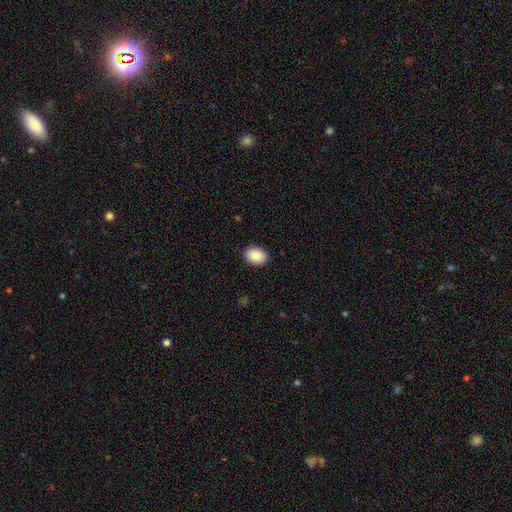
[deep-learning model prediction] Smooth or featured: smooth — 90% (star or artifact — 7%)
How rounded: in between — 75% (round — 24%)
Merging: none — 89% (minor disturbance — 8%)